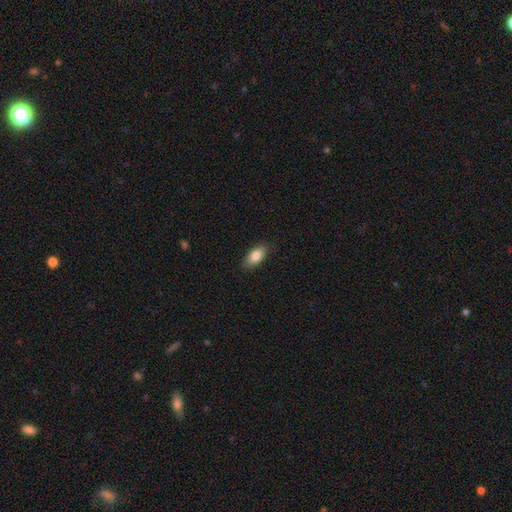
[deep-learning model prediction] Smooth or featured: smooth — 84% (featured or disk — 9%)
How rounded: in between — 89% (cigar-shaped — 8%)
Merging: none — 86% (minor disturbance — 11%)